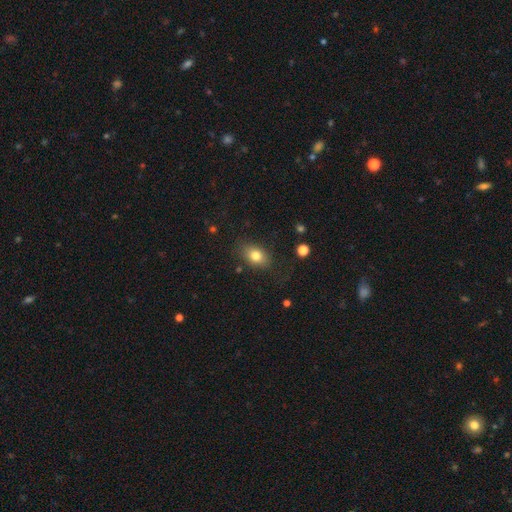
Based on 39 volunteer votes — smooth 82%, featured or disk 15%, star or artifact 3%. Down the decision tree: how rounded — in between (88%); merging — none (66%).